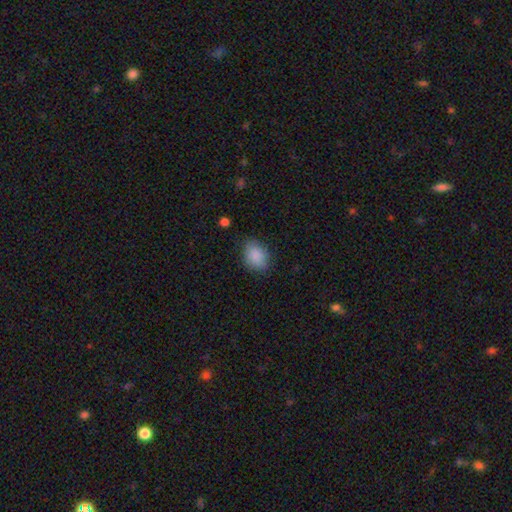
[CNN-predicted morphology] Smooth or featured? Predicted: smooth (p=0.88). How rounded? Predicted: in between (p=0.69). Merging? Predicted: none (p=0.77).